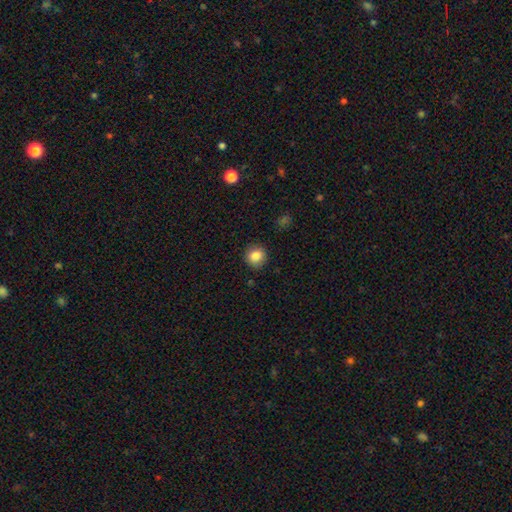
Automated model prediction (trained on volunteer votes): A smooth galaxy with no disk features (85%) that is round (89%). Merging: none (89%).